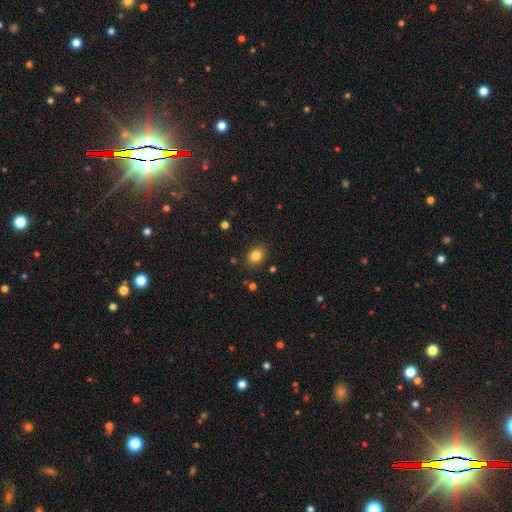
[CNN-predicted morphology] type=smooth (82%); roundness=in between (59%); merging=none (86%).